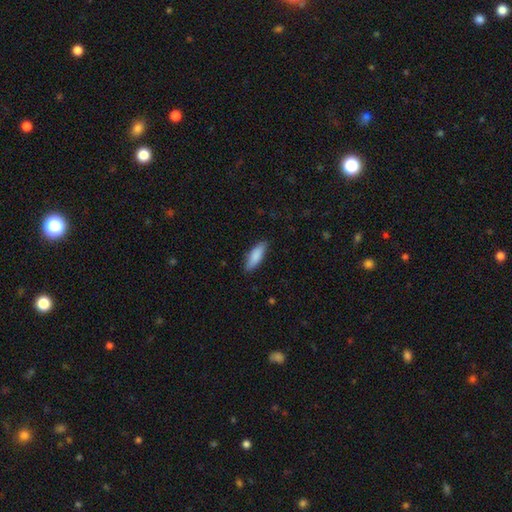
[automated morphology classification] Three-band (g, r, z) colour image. It shows a smooth galaxy with no disk features (86%) that is in between round and cigar-shaped (54%). Merging: none (86%).